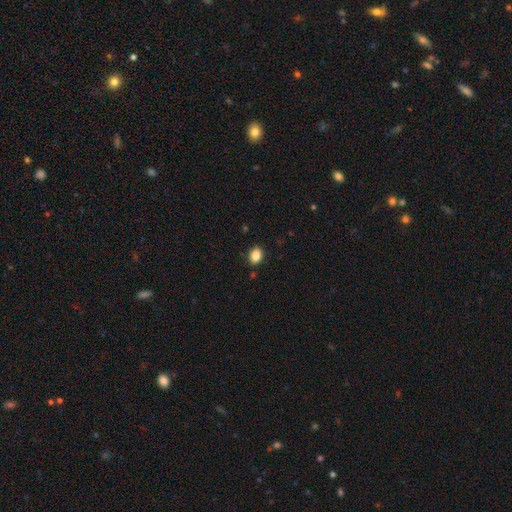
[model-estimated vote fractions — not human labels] smooth_or_featured: smooth (p=0.87) [alt: star or artifact p=0.09]
how_rounded: in between (p=0.73) [alt: round p=0.26]
merging: none (p=0.89) [alt: minor disturbance p=0.08]